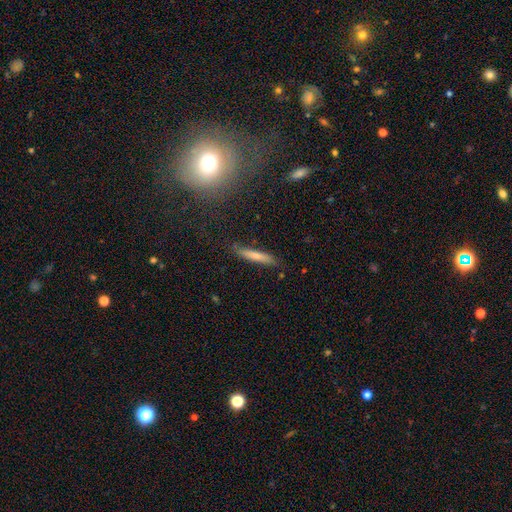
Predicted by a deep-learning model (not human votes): smooth_or_featured: smooth (p=0.68) [alt: featured or disk p=0.25]
how_rounded: cigar-shaped (p=0.90) [alt: in between p=0.08]
merging: none (p=0.83) [alt: minor disturbance p=0.12]